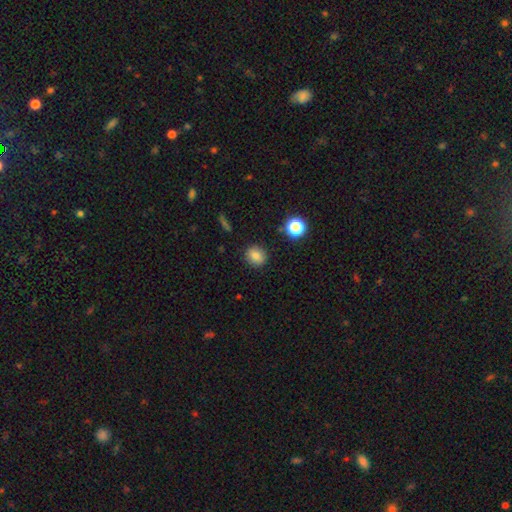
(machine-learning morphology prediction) This appears to be a smooth galaxy with no disk features (82%) that is round (76%). Merging: none (89%).